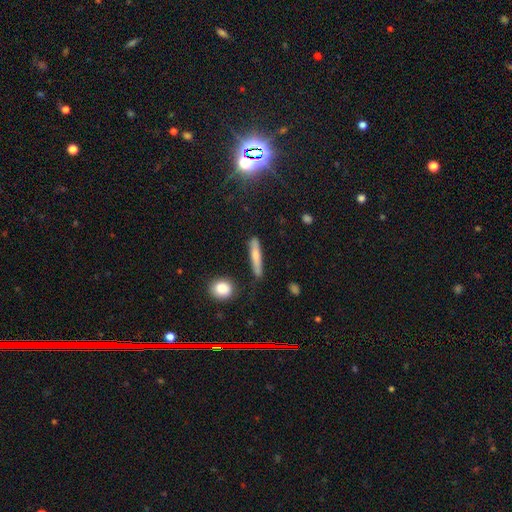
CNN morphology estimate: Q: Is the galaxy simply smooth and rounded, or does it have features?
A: smooth — 66%.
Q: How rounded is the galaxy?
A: cigar-shaped — 90%.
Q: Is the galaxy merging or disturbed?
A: none — 82%.